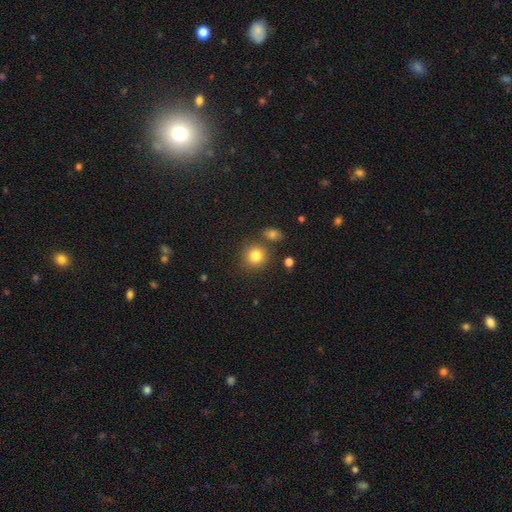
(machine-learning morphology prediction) Q: Smooth or featured?
A: smooth (82%); runner-up: star or artifact (11%)
Q: How rounded?
A: round (89%); runner-up: in between (10%)
Q: Merging?
A: none (78%); runner-up: merger (10%)